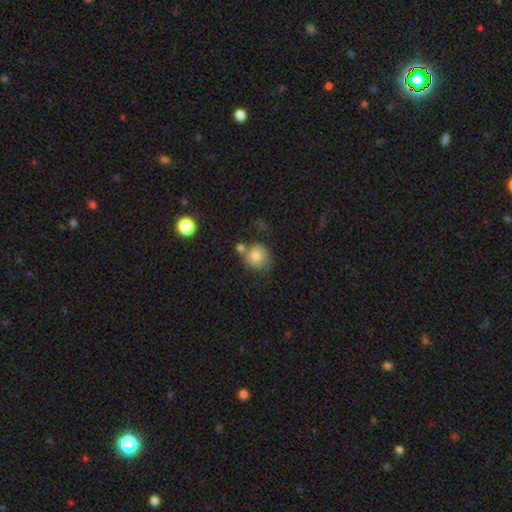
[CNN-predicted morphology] type=smooth (78%); roundness=round (74%); merging=none (48%).